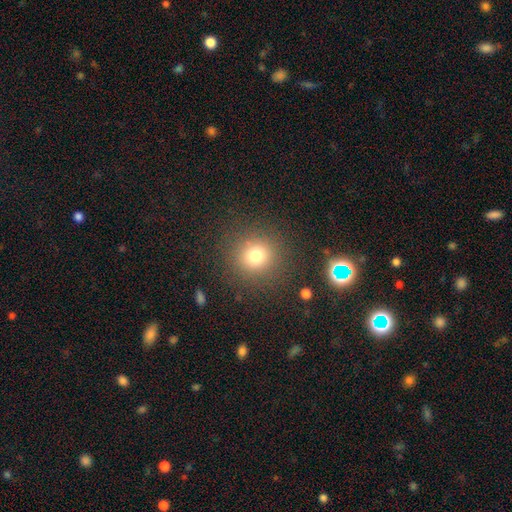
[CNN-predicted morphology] The model was most divided on "smooth or featured": smooth: 75%, star or artifact: 16%, featured or disk: 9%. More confident: how rounded — round (91%); merging — none (86%).